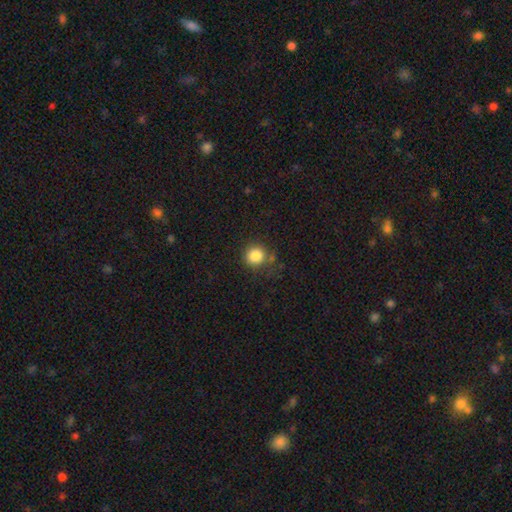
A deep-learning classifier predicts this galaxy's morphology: Q: Smooth or featured?
A: smooth (85%); runner-up: star or artifact (11%)
Q: How rounded?
A: round (90%); runner-up: in between (9%)
Q: Merging?
A: none (75%); runner-up: minor disturbance (15%)